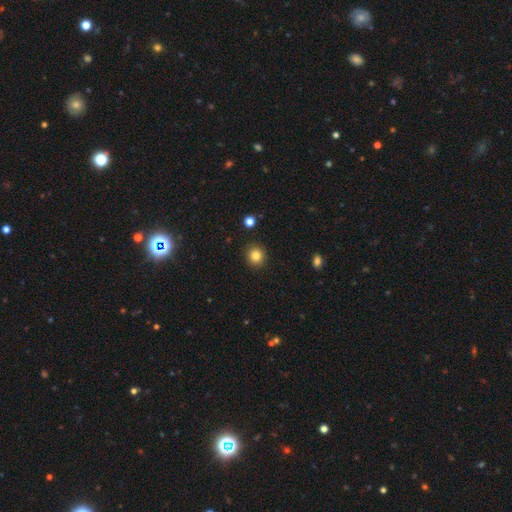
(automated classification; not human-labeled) Smooth or featured? Predicted: smooth (p=0.84). How rounded? Predicted: round (p=0.91). Merging? Predicted: none (p=0.91).